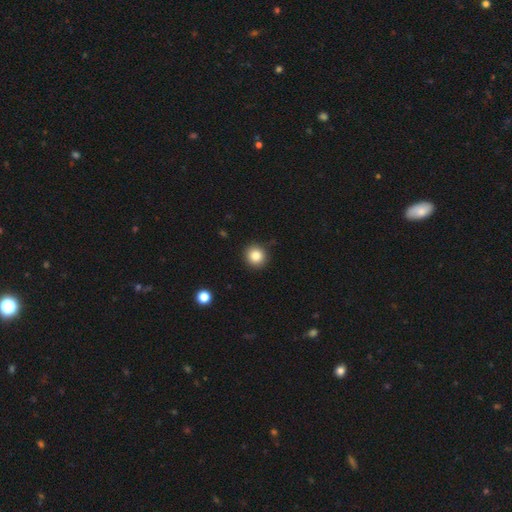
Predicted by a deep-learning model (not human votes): Overall: smooth (84%). How rounded: round (91%). Merging: none (89%).